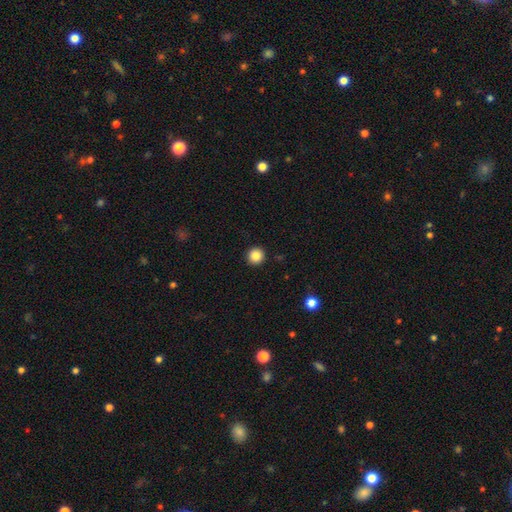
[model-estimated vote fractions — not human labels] Q: Smooth or featured?
A: smooth (86%); runner-up: star or artifact (10%)
Q: How rounded?
A: round (96%); runner-up: in between (3%)
Q: Merging?
A: none (93%); runner-up: minor disturbance (4%)